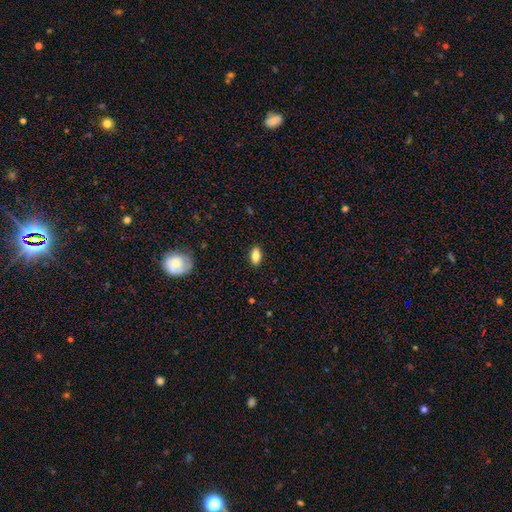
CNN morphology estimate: Q: Smooth or featured?
A: smooth (84%); runner-up: star or artifact (8%)
Q: How rounded?
A: in between (89%); runner-up: cigar-shaped (8%)
Q: Merging?
A: none (89%); runner-up: minor disturbance (8%)